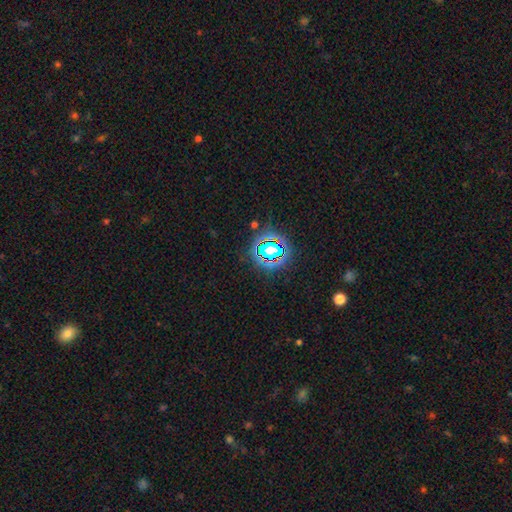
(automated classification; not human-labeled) Overall: star or artifact (80%).